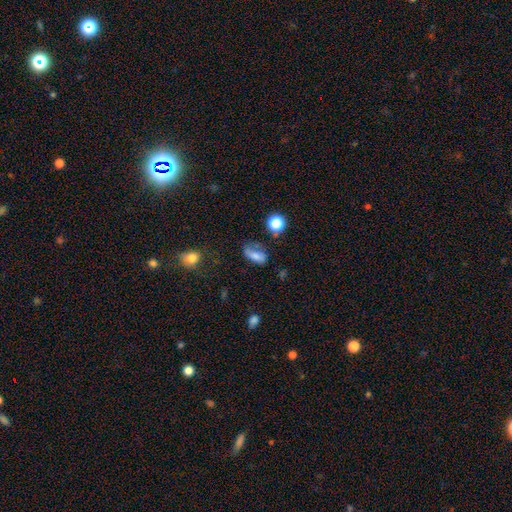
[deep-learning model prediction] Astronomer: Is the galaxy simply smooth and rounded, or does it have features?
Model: smooth — 72%.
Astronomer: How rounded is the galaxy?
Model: in between — 81%.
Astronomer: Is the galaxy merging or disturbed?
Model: none — 46% (runner-up: minor disturbance, 31%).